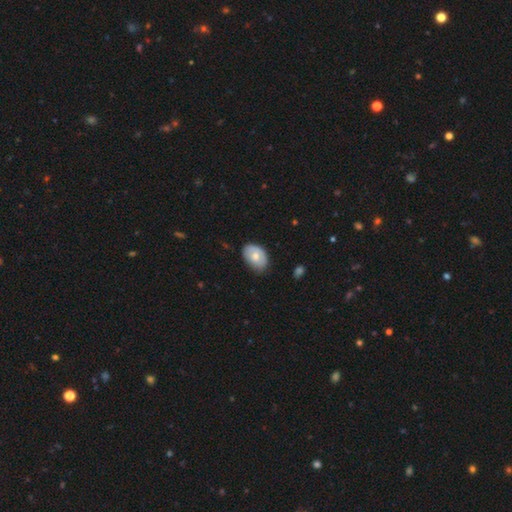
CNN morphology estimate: Overall: smooth (65%; featured or disk 29%). How rounded: in between (84%). Merging: none (65%; minor disturbance 28%).